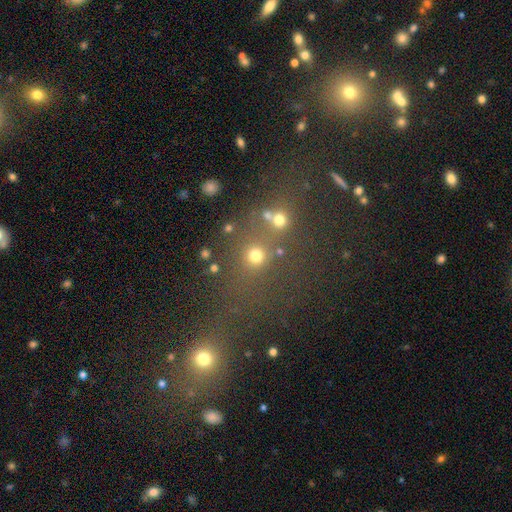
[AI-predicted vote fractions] This appears to be a smooth galaxy with no disk features (67%) that is round (85%). Merging: none (61%).